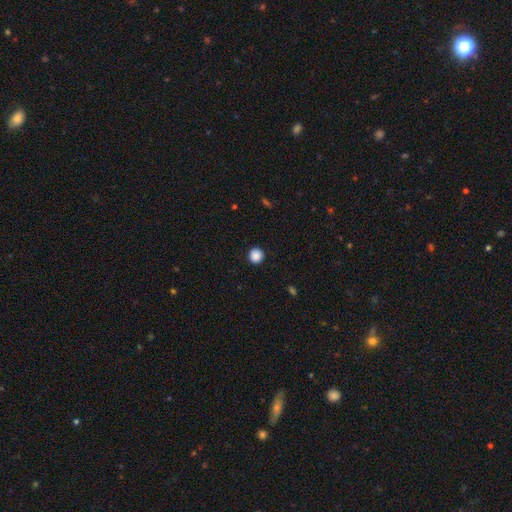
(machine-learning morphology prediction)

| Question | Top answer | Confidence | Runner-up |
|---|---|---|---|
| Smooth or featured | smooth | 87% | star or artifact (9%) |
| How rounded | round | 94% | in between (5%) |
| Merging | none | 91% | minor disturbance (6%) |